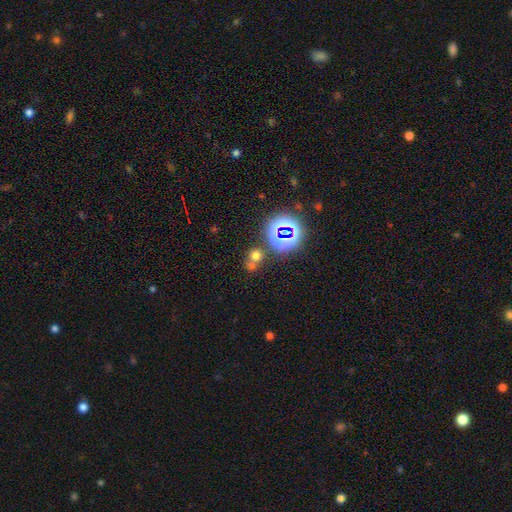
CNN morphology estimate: This appears to be a smooth galaxy with no disk features (56%) that is round (82%). Merging: none (56%).